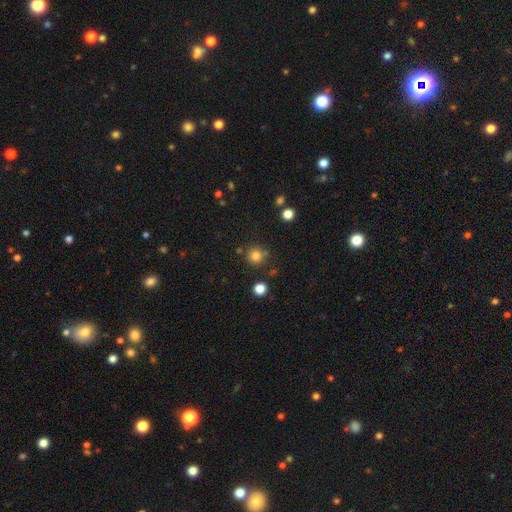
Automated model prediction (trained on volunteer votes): This appears to be a smooth galaxy with no disk features (81%) that is round (94%). Merging: none (83%).